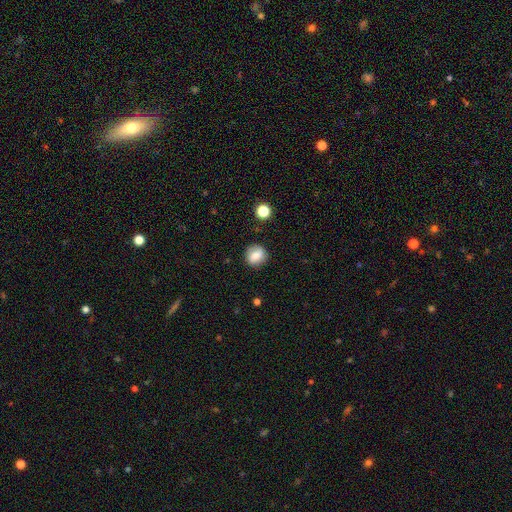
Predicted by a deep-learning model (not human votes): The model was most divided on "smooth or featured": smooth: 75%, featured or disk: 16%, star or artifact: 10%. More confident: merging — none (84%); how rounded — round (83%).